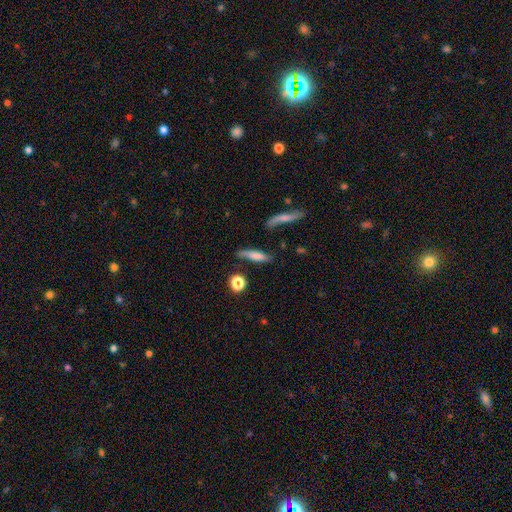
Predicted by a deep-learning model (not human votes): A smooth galaxy with no disk features (67%) that is cigar-shaped (72%).

Vote fractions:
- Smooth or featured? smooth: 67% / featured or disk: 25% / star or artifact: 8%
- How rounded? cigar-shaped: 72% / in between: 24% / round: 4%
- Merging? none: 62% / minor disturbance: 23% / major disturbance: 8% / merger: 7%